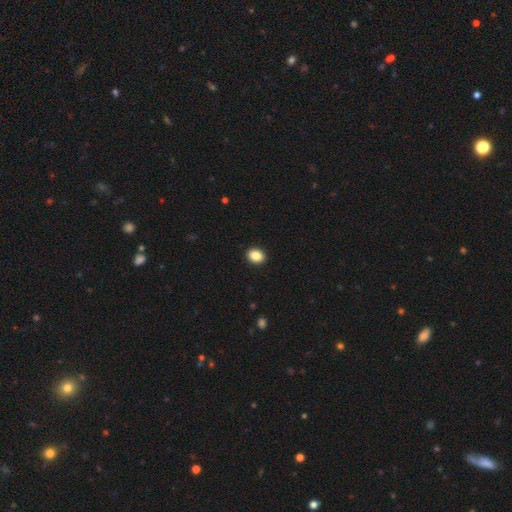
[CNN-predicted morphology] A smooth galaxy with no disk features (87%) that is in between round and cigar-shaped (53%).

Vote fractions:
- Smooth or featured? smooth: 87% / star or artifact: 9% / featured or disk: 4%
- How rounded? in between: 53% / round: 47% / cigar-shaped: 1%
- Merging? none: 92% / minor disturbance: 5% / major disturbance: 1% / merger: 1%